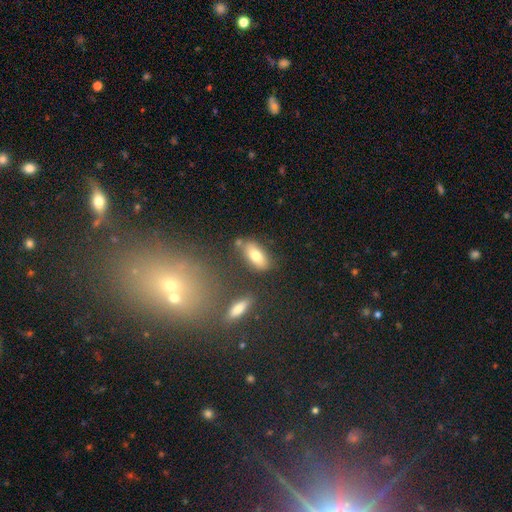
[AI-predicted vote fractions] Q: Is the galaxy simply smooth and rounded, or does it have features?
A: smooth — 77%.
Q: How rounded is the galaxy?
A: in between — 86%.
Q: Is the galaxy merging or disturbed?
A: none — 72%.